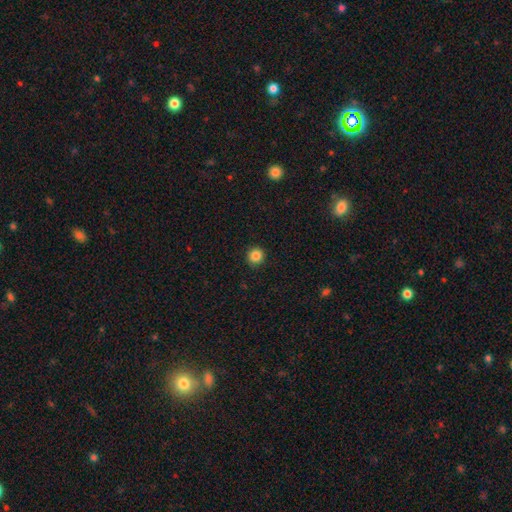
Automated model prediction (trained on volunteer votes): Smooth or featured? smooth (85%)
How rounded? round (94%)
Merging? none (92%)